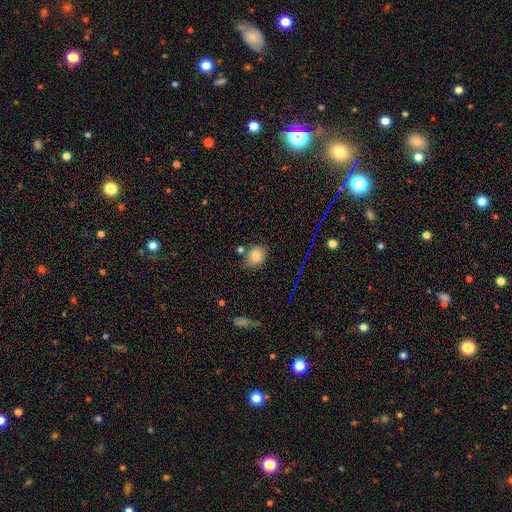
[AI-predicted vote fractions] Smooth or featured?
  - smooth: 78% *
  - star or artifact: 12%
  - featured or disk: 10%
How rounded?
  - in between: 56% *
  - round: 43%
  - cigar-shaped: 1%
Merging?
  - none: 70% *
  - minor disturbance: 18%
  - merger: 8%
  - major disturbance: 4%